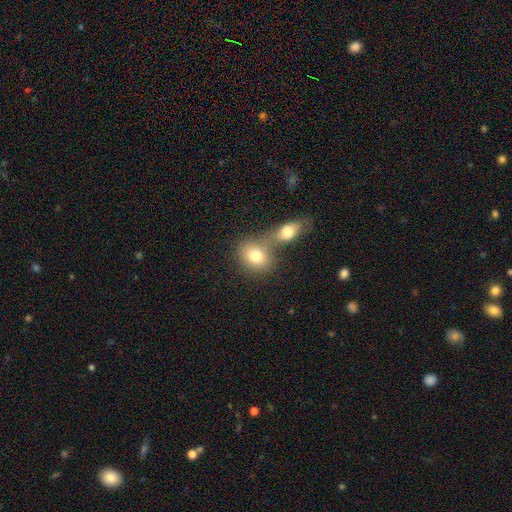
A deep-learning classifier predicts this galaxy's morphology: Smooth or featured?
  - smooth: 76% *
  - featured or disk: 14%
  - star or artifact: 10%
How rounded?
  - round: 55% *
  - in between: 44%
  - cigar-shaped: 2%
Merging?
  - merger: 52% *
  - none: 37%
  - minor disturbance: 8%
  - major disturbance: 4%